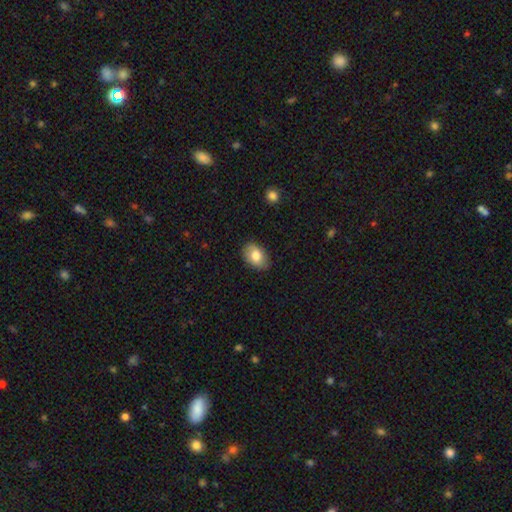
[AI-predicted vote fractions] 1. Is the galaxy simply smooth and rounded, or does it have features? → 78% smooth, 14% featured or disk, 7% star or artifact.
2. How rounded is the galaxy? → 85% in between, 14% round, 1% cigar-shaped.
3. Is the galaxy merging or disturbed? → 85% none, 12% minor disturbance, 2% major disturbance, 1% merger.